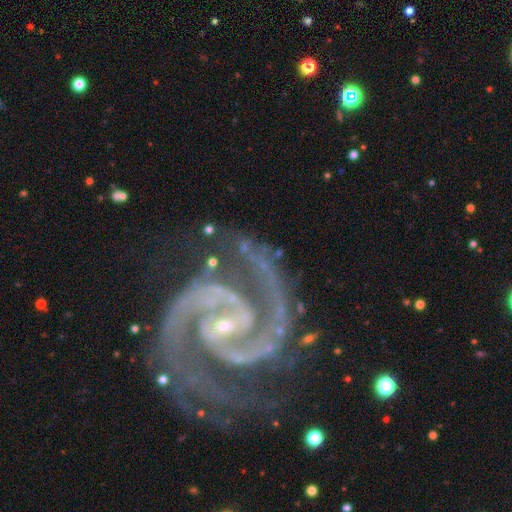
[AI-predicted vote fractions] Smooth or featured: featured or disk — 94% (star or artifact — 4%)
Edge-on disk: no — 98% (yes — 2%)
Bar: weak — 38% (no — 34%)
Spiral arms: yes — 99% (no — 1%)
Spiral winding: medium — 51% (tight — 42%)
Spiral arm count: 2 — 91% (3 — 3%)
Bulge size: small — 80% (moderate — 16%)
Merging: none — 70% (minor disturbance — 18%)